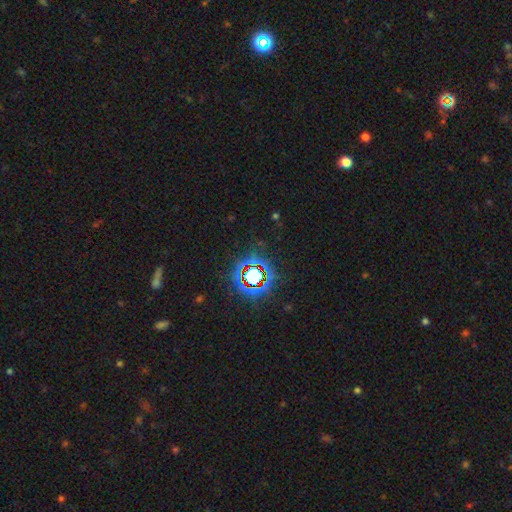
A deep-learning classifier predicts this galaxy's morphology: Smooth or featured?
  - star or artifact: 79% *
  - smooth: 12%
  - featured or disk: 9%